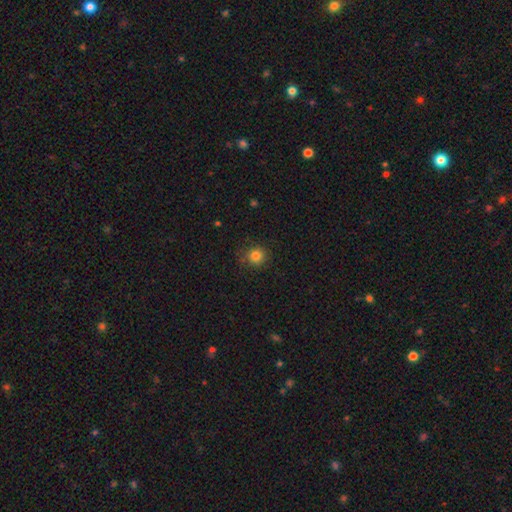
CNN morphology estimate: smooth-or-featured: smooth: 82% | star or artifact: 13% | featured or disk: 6%
  how-rounded: round: 90% | in between: 9% | cigar-shaped: 1%
  merging: none: 83% | minor disturbance: 12% | major disturbance: 4% | merger: 1%